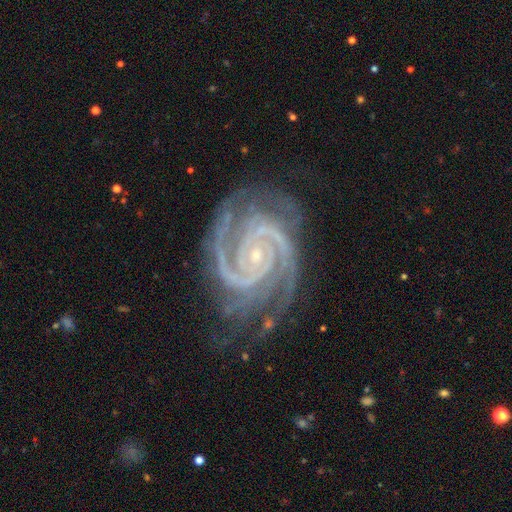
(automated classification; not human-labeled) Q: Smooth or featured?
A: featured or disk (93%); runner-up: star or artifact (5%)
Q: Edge-on disk?
A: no (98%); runner-up: yes (2%)
Q: Bar?
A: no (64%); runner-up: weak (22%)
Q: Spiral arms?
A: yes (99%); runner-up: no (1%)
Q: Spiral winding?
A: tight (70%); runner-up: medium (28%)
Q: Spiral arm count?
A: 2 (65%); runner-up: 3 (16%)
Q: Bulge size?
A: small (87%); runner-up: moderate (9%)
Q: Merging?
A: none (73%); runner-up: minor disturbance (19%)